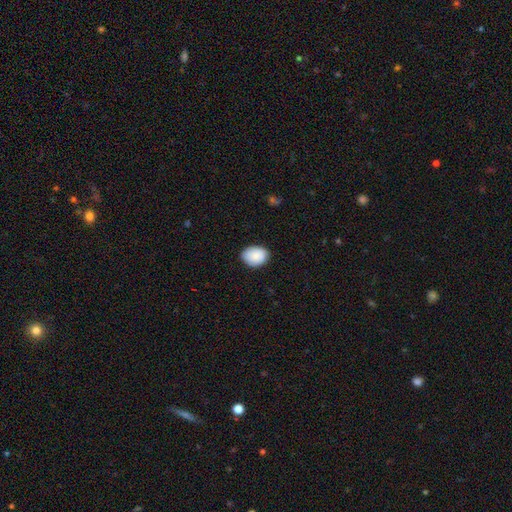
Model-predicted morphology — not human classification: A smooth galaxy with no disk features (85%) that is in between round and cigar-shaped (68%). Merging: none (82%).